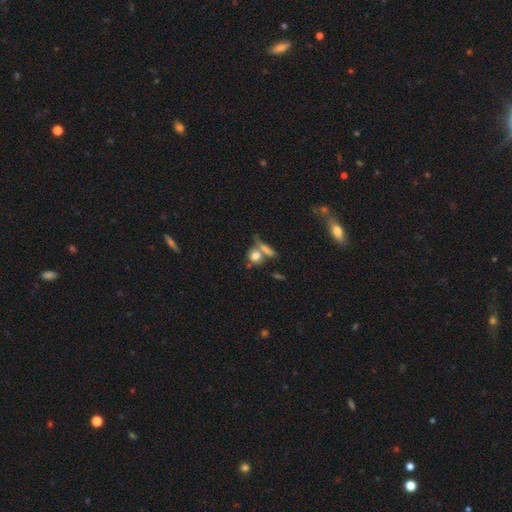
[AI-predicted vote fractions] Smooth or featured? smooth (72%)
How rounded? round (66%)
Merging? none (47%)